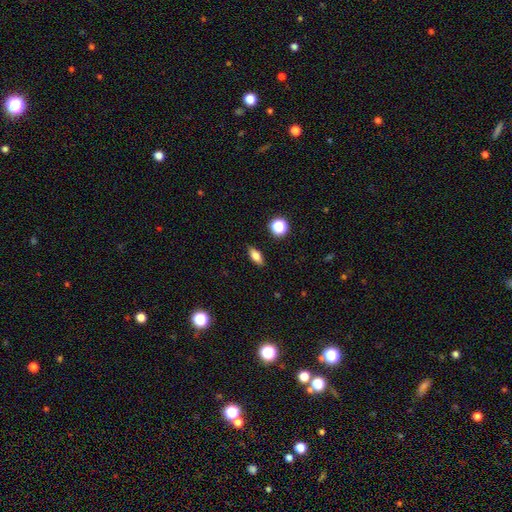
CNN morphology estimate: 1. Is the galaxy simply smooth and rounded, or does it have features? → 74% smooth, 16% featured or disk, 10% star or artifact.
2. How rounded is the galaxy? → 74% in between, 18% cigar-shaped, 8% round.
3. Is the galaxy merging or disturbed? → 87% none, 9% minor disturbance, 2% major disturbance, 1% merger.